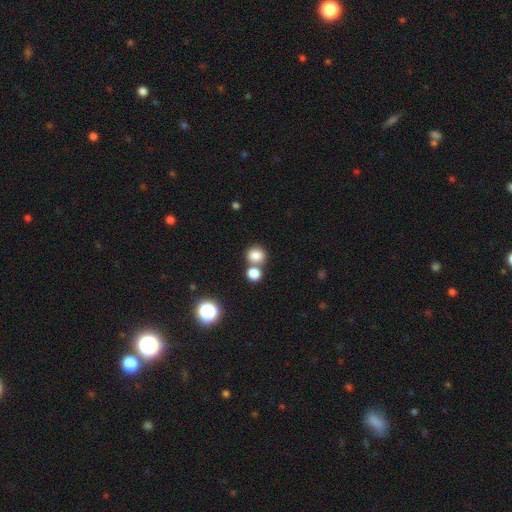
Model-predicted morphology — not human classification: The model was most divided on "merging": none: 57%, merger: 31%, minor disturbance: 8%, major disturbance: 3%. More confident: how rounded — round (83%); smooth or featured — smooth (82%).